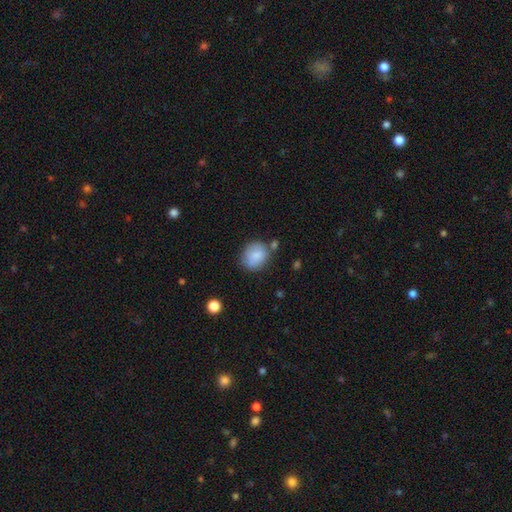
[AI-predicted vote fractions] Morphology: type=smooth (81%); roundness=round (71%); merging=none (65%).